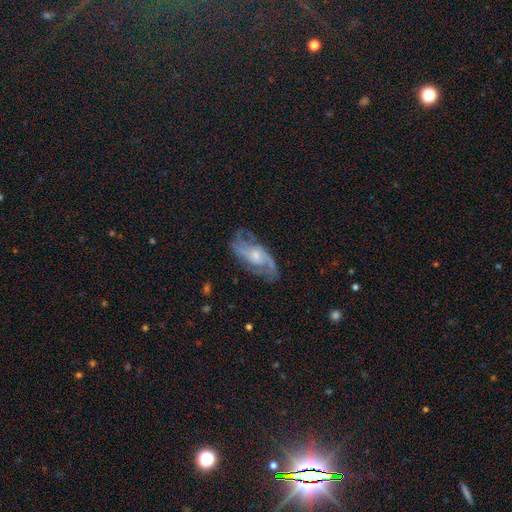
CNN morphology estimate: type=featured or disk (81%); edge-on=no (94%); bar=no (53%); spiral arms=yes (93%); winding=medium (49%); arm count=2 (65%); bulge=small (46%); merging=none (68%).